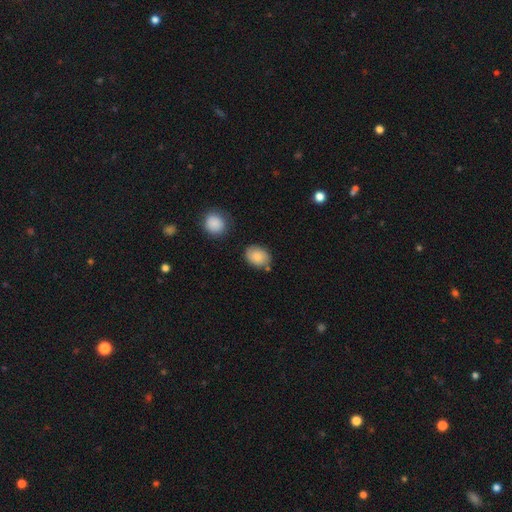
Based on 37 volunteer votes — Volunteers were most divided on "how rounded": in between: 65%, round: 35%, cigar-shaped: 0%. More confident: smooth or featured — smooth (84%); merging — none (80%).